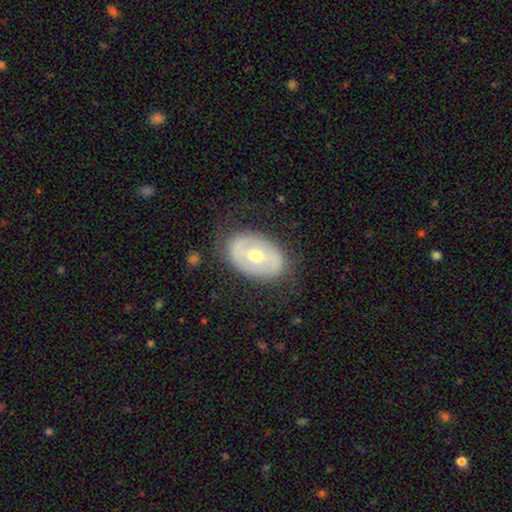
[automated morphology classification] smooth_or_featured: featured or disk (p=0.60) [alt: smooth p=0.34]
disk_edge_on: no (p=0.92) [alt: yes p=0.08]
bar: no (p=0.62) [alt: weak p=0.24]
has_spiral_arms: no (p=0.77) [alt: yes p=0.23]
bulge_size: moderate (p=0.66) [alt: small p=0.29]
merging: none (p=0.76) [alt: minor disturbance p=0.15]